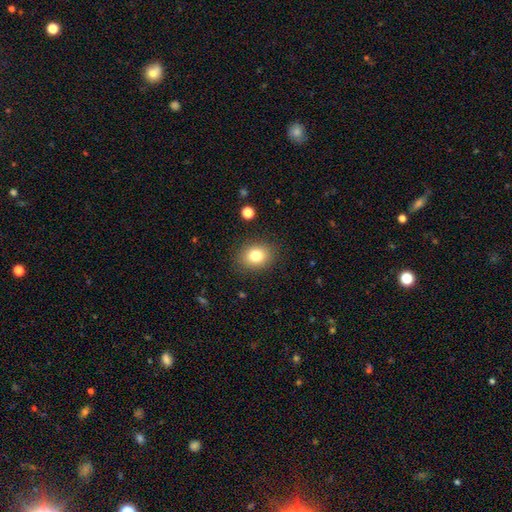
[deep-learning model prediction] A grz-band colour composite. It shows a smooth galaxy with no disk features (80%) that is round (50%). Merging: none (86%).